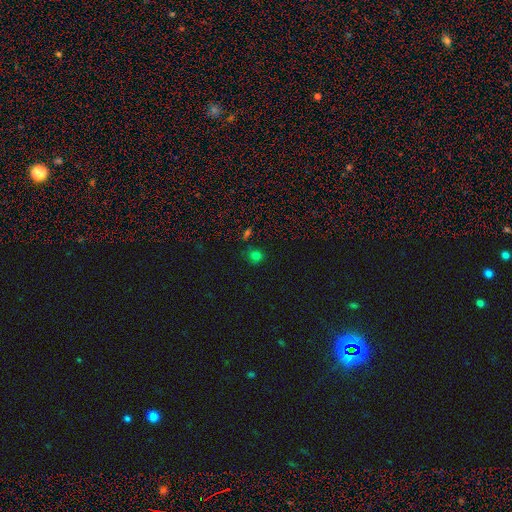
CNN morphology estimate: smooth 72%, star or artifact 23%, featured or disk 5%. Down the decision tree: how rounded — round (84%); merging — none (78%).